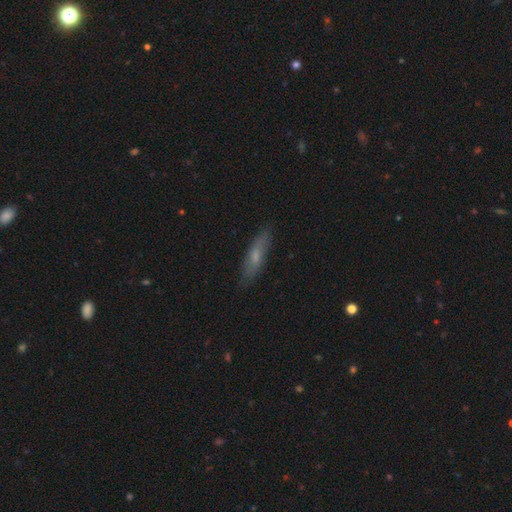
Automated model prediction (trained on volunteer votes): This is possibly a smooth galaxy (56%). How rounded: likely cigar-shaped (69%). Merging: clearly none (83%).